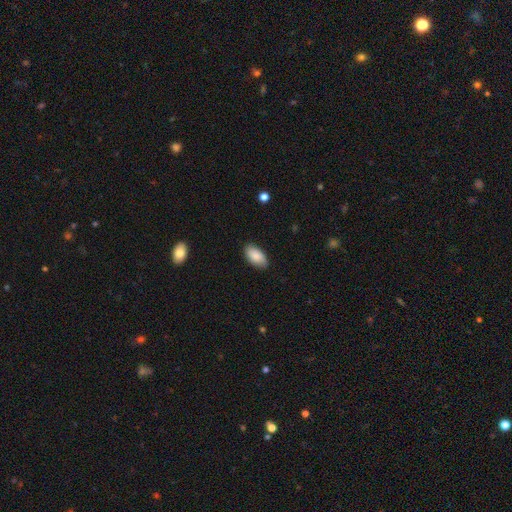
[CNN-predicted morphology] Smooth or featured? Predicted: smooth (p=0.86). How rounded? Predicted: in between (p=0.95). Merging? Predicted: none (p=0.85).